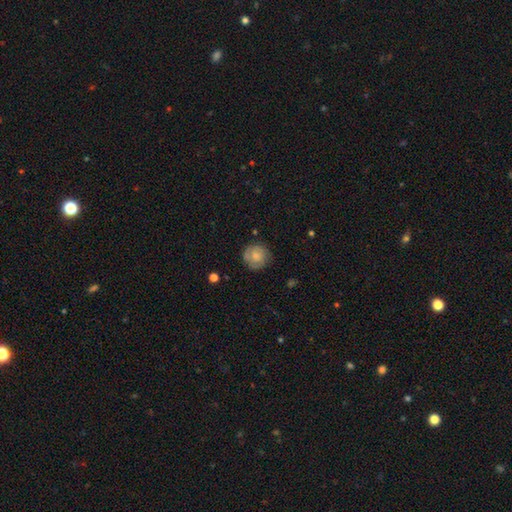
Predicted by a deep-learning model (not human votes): Q: Smooth or featured?
A: smooth (62%); runner-up: featured or disk (30%)
Q: How rounded?
A: round (91%); runner-up: in between (8%)
Q: Merging?
A: none (77%); runner-up: minor disturbance (17%)